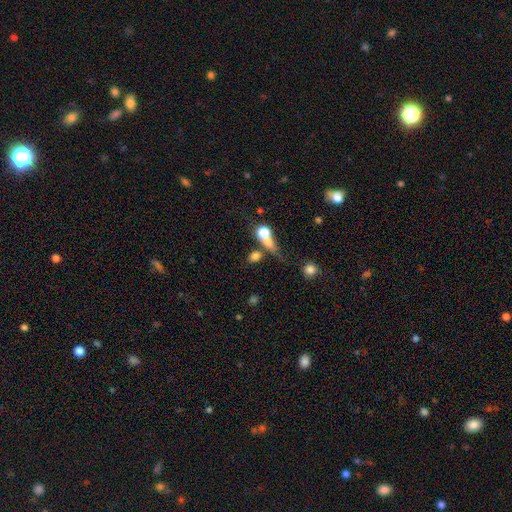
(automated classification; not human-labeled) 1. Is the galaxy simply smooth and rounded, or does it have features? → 69% smooth, 16% star or artifact, 15% featured or disk.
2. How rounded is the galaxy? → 47% round, 39% in between, 14% cigar-shaped.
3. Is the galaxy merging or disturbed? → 43% none, 35% merger, 11% major disturbance, 11% minor disturbance.